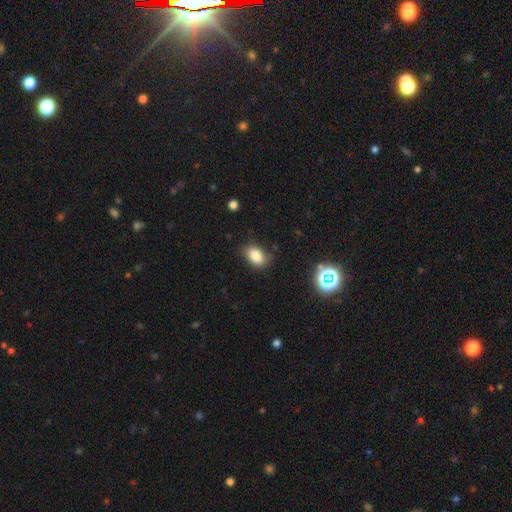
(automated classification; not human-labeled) A smooth galaxy with no disk features (82%) that is in between round and cigar-shaped (84%).

Vote fractions:
- Smooth or featured? smooth: 82% / star or artifact: 10% / featured or disk: 7%
- How rounded? in between: 84% / round: 14% / cigar-shaped: 2%
- Merging? none: 80% / minor disturbance: 15% / major disturbance: 3% / merger: 2%